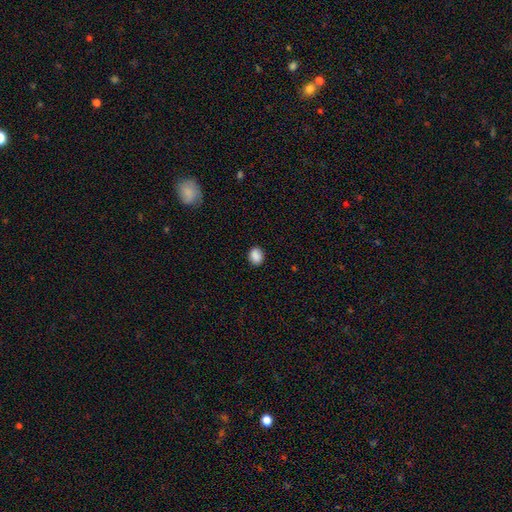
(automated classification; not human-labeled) Smooth or featured? smooth (88%)
How rounded? in between (50%)
Merging? none (87%)